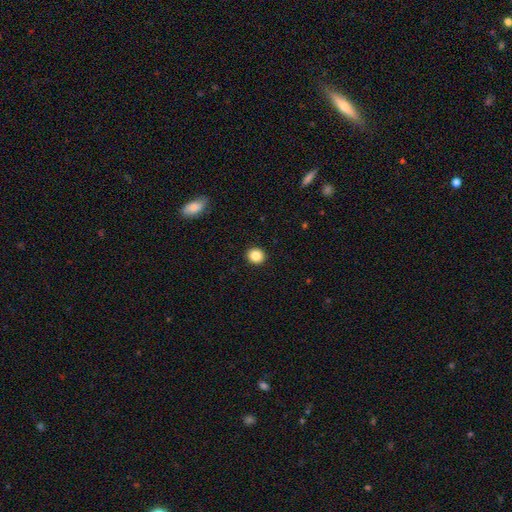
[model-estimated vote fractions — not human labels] A smooth galaxy with no disk features (85%) that is round (83%).

Vote fractions:
- Smooth or featured? smooth: 85% / star or artifact: 10% / featured or disk: 5%
- How rounded? round: 83% / in between: 16% / cigar-shaped: 1%
- Merging? none: 93% / minor disturbance: 5% / major disturbance: 2% / merger: 1%